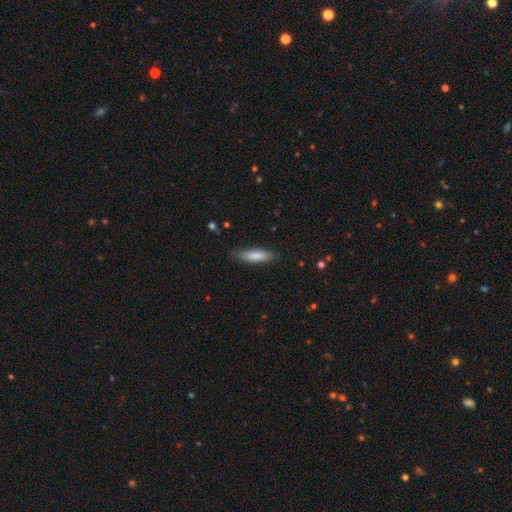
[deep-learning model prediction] Smooth or featured? Predicted: smooth (p=0.82). How rounded? Predicted: cigar-shaped (p=0.66). Merging? Predicted: none (p=0.83).